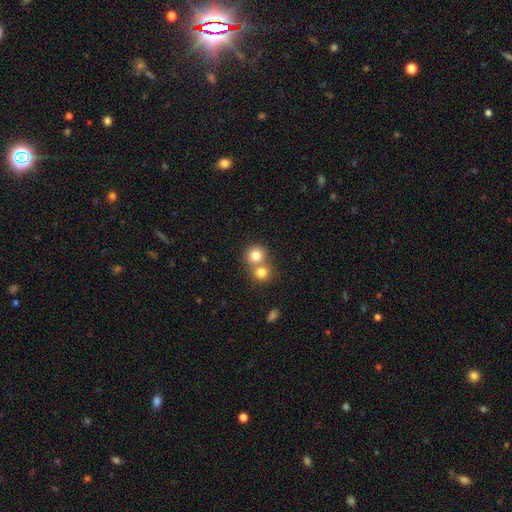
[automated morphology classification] smooth 79%, star or artifact 11%, featured or disk 10%. Down the decision tree: how rounded — round (87%); merging — merger (50%).